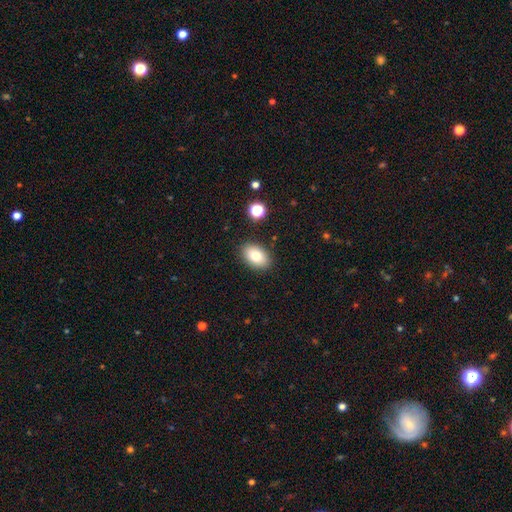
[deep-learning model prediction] smooth_or_featured: smooth (p=0.80) [alt: featured or disk p=0.11]
how_rounded: in between (p=0.87) [alt: round p=0.12]
merging: none (p=0.87) [alt: minor disturbance p=0.09]